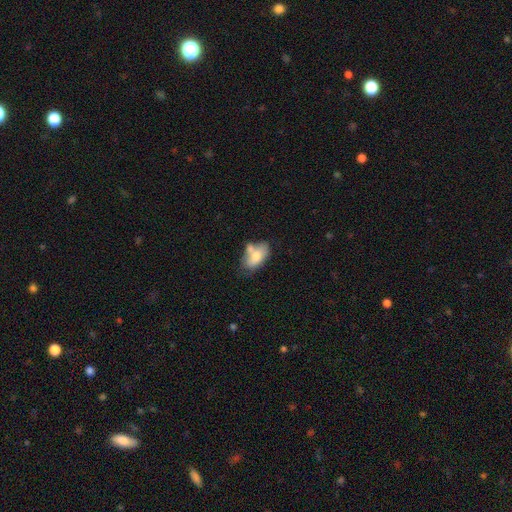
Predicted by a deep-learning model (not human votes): Q: Smooth or featured?
A: smooth (69%); runner-up: featured or disk (24%)
Q: How rounded?
A: in between (91%); runner-up: round (7%)
Q: Merging?
A: none (40%); runner-up: merger (33%)